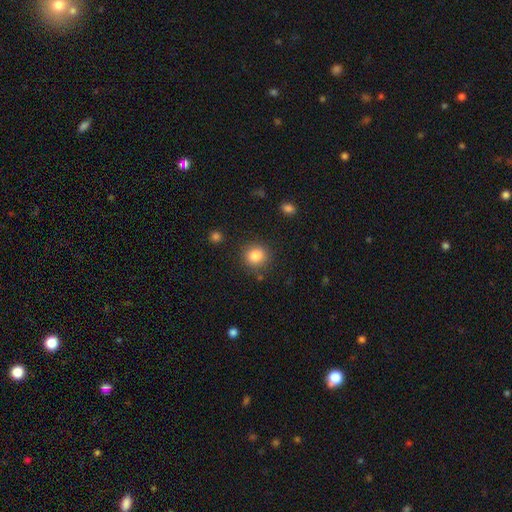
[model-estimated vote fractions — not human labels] Q: Smooth or featured?
A: smooth (85%); runner-up: star or artifact (10%)
Q: How rounded?
A: round (86%); runner-up: in between (13%)
Q: Merging?
A: none (86%); runner-up: minor disturbance (8%)